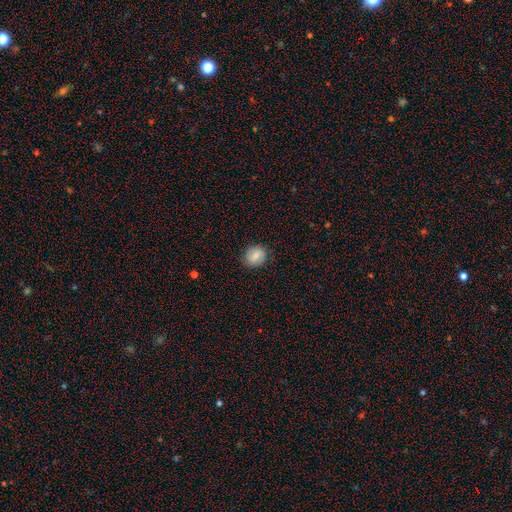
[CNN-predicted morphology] Smooth or featured? smooth (77%)
How rounded? round (68%)
Merging? none (84%)